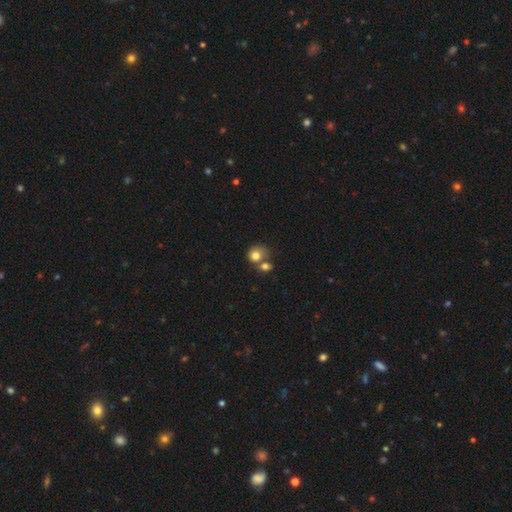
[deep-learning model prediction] smooth 78%, featured or disk 13%, star or artifact 10%. Down the decision tree: how rounded — round (73%); merging — merger (49%).